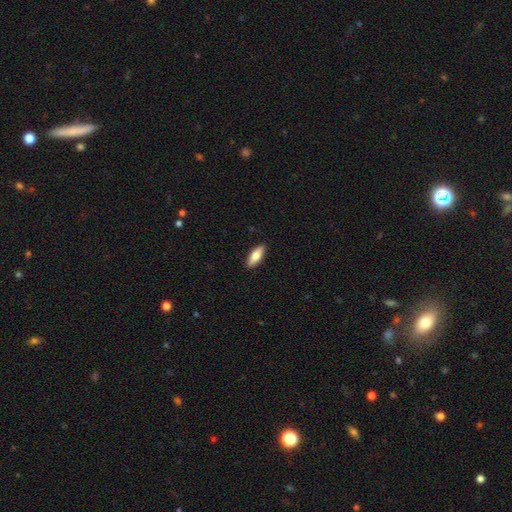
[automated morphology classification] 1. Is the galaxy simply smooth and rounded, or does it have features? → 77% smooth, 18% featured or disk, 6% star or artifact.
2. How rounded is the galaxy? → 71% in between, 27% cigar-shaped, 2% round.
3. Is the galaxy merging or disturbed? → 90% none, 7% minor disturbance, 2% major disturbance, 1% merger.